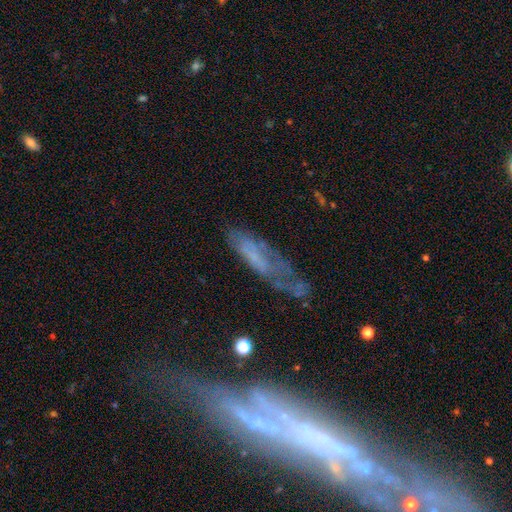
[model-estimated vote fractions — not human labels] A featured or disk galaxy (50%). Merging: none (45%).